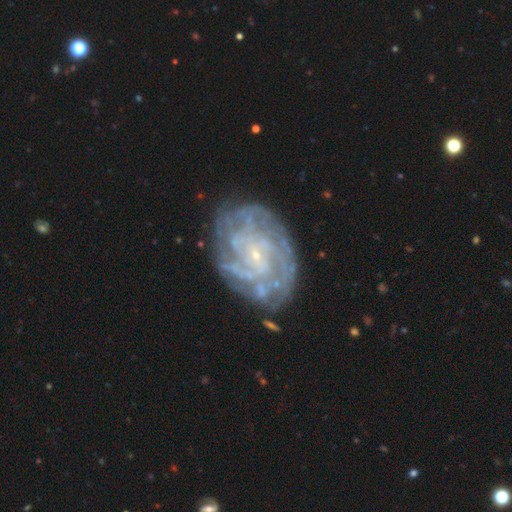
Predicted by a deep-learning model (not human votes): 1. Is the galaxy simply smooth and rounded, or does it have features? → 85% featured or disk, 8% smooth, 7% star or artifact.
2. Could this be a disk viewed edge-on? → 97% no, 3% yes.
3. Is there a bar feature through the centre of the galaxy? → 66% no, 27% weak, 7% strong.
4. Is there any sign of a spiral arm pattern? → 91% yes, 9% no.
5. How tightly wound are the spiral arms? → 69% tight, 24% medium, 7% loose.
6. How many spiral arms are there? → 40% can't tell, 18% 4, 12% more than 4, 12% 3, 11% 2, 7% 1.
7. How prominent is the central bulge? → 86% small, 7% moderate, 5% none, 1% large, 1% dominant.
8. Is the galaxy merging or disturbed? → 73% none, 18% minor disturbance, 7% major disturbance, 2% merger.